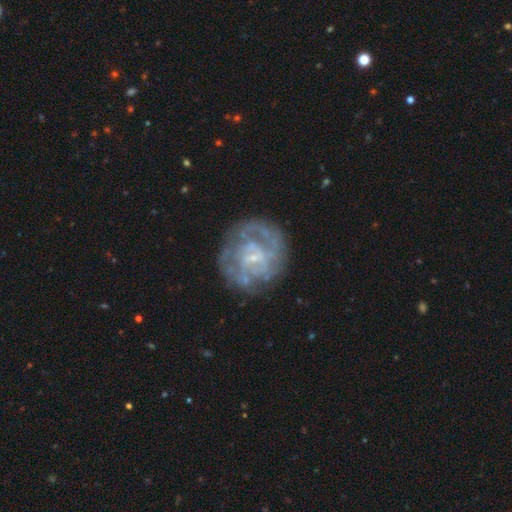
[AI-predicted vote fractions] This appears to be a featured or disk galaxy (75%) with a weak bar (45%), tight (59%) spiral arms (74%) and a small central bulge (61%). Merging: none (74%).